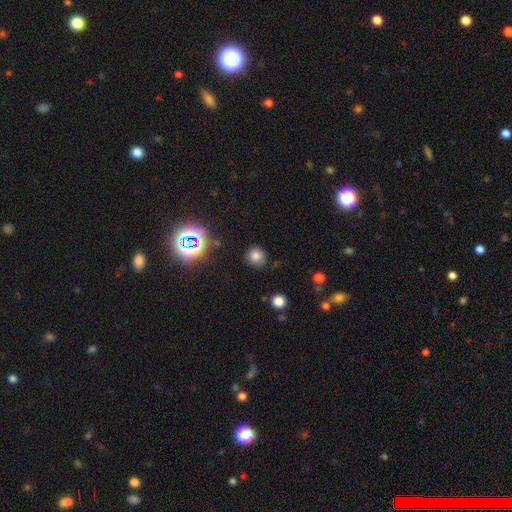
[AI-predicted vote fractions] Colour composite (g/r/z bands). It shows a smooth galaxy with no disk features (74%) that is round (88%). Merging: none (83%).